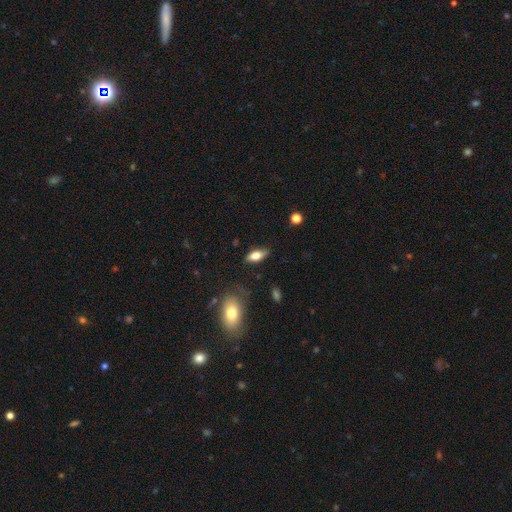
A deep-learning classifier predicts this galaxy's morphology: Smooth or featured?
  - smooth: 71% *
  - featured or disk: 22%
  - star or artifact: 7%
How rounded?
  - in between: 78% *
  - cigar-shaped: 18%
  - round: 4%
Merging?
  - none: 79% *
  - minor disturbance: 15%
  - major disturbance: 4%
  - merger: 2%